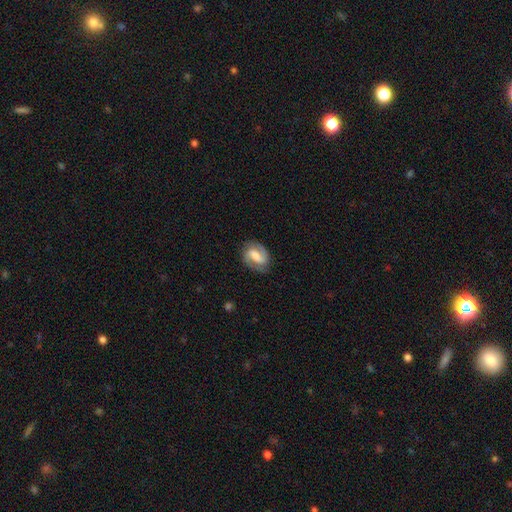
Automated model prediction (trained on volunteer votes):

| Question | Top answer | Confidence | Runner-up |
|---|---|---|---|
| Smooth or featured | featured or disk | 77% | smooth (17%) |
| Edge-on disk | no | 97% | yes (3%) |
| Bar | strong | 46% | weak (40%) |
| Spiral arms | yes | 93% | no (7%) |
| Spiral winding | medium | 49% | tight (32%) |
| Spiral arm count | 2 | 90% | can't tell (4%) |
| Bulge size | moderate | 40% | small (23%) |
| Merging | none | 83% | minor disturbance (12%) |